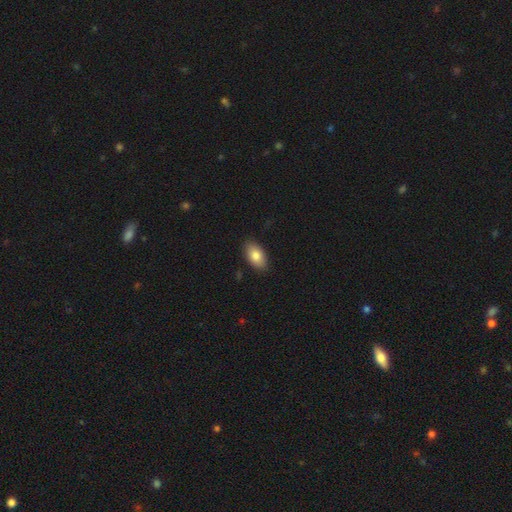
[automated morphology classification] A smooth galaxy with no disk features (82%) that is in between round and cigar-shaped (93%).

Vote fractions:
- Smooth or featured? smooth: 82% / featured or disk: 11% / star or artifact: 7%
- How rounded? in between: 93% / round: 4% / cigar-shaped: 2%
- Merging? none: 88% / minor disturbance: 9% / major disturbance: 2% / merger: 1%